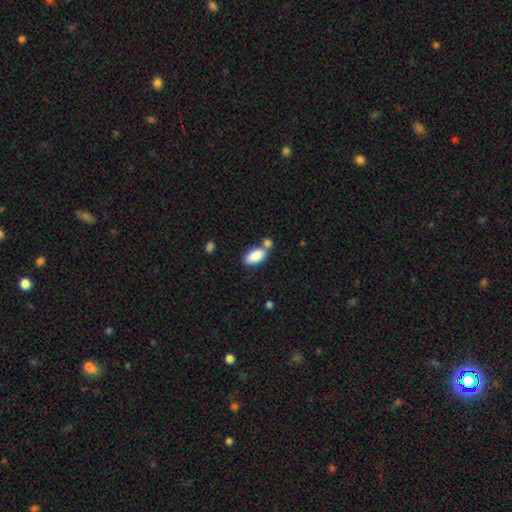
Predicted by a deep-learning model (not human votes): Smooth or featured?
  - smooth: 86% *
  - featured or disk: 7%
  - star or artifact: 7%
How rounded?
  - in between: 93% *
  - cigar-shaped: 4%
  - round: 3%
Merging?
  - none: 48% *
  - merger: 34%
  - minor disturbance: 13%
  - major disturbance: 4%